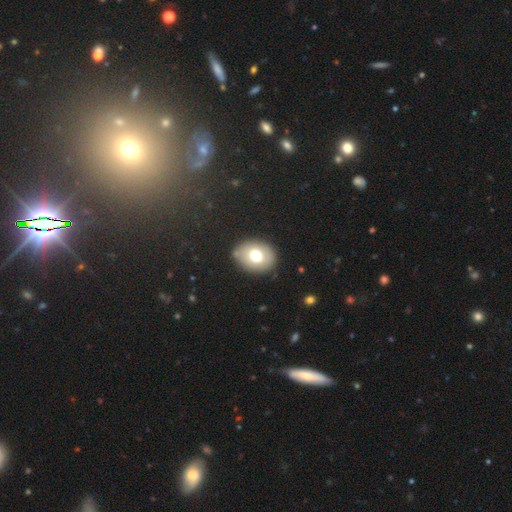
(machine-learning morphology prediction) This appears to be a smooth galaxy with no disk features (71%) that is in between round and cigar-shaped (60%). Merging: none (83%).